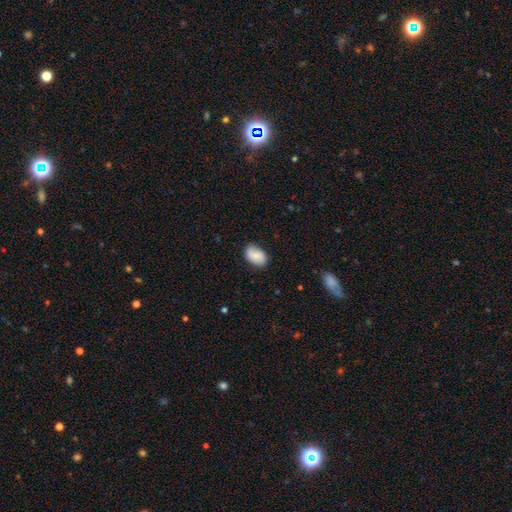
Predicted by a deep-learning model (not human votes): Overall: smooth (79%). How rounded: in between (88%). Merging: none (79%).